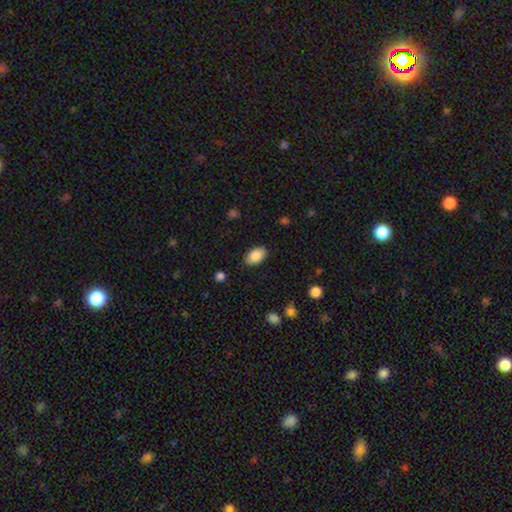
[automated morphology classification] type=smooth (88%); roundness=in between (93%); merging=none (85%).